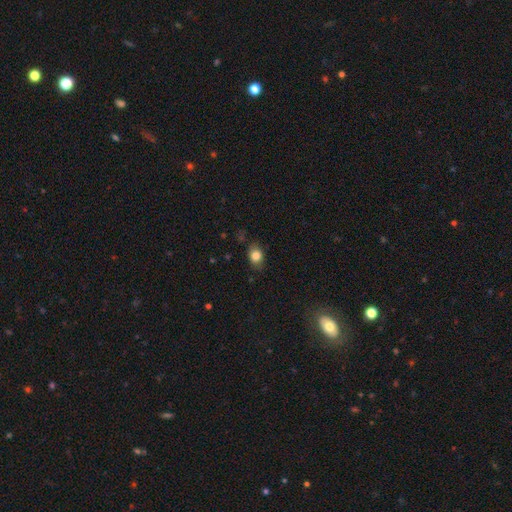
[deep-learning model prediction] Overall: smooth (82%). How rounded: in between (63%; round 35%). Merging: none (75%).